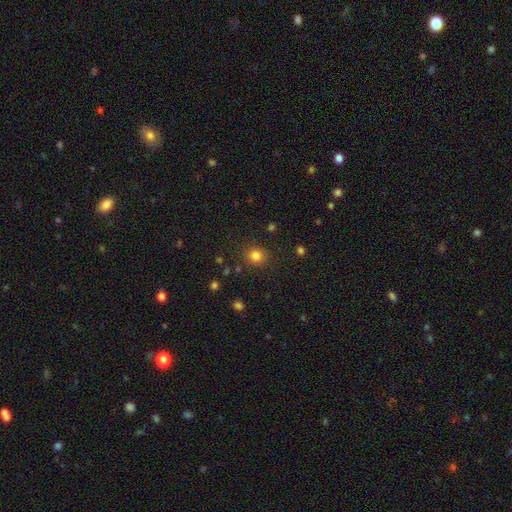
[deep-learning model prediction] The model was most divided on "smooth or featured": smooth: 82%, star or artifact: 13%, featured or disk: 5%. More confident: merging — none (86%); how rounded — round (84%).